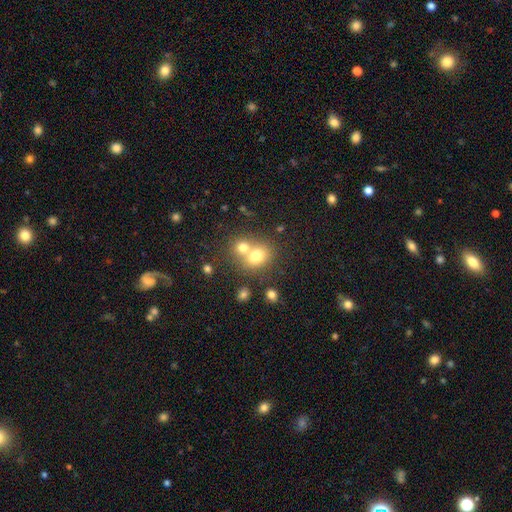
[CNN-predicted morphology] type=smooth (73%); roundness=round (62%); merging=merger (53%).